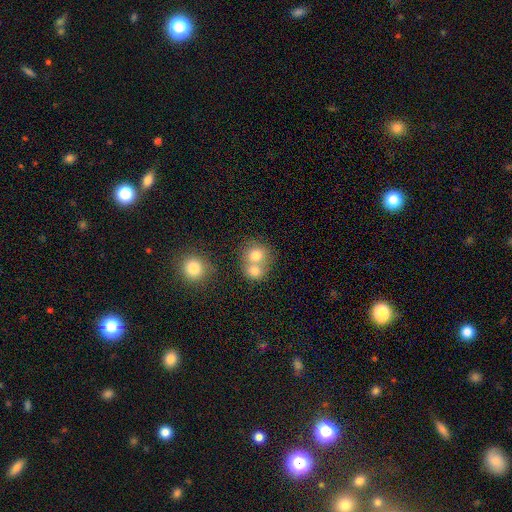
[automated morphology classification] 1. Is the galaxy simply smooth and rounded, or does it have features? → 77% smooth, 13% featured or disk, 10% star or artifact.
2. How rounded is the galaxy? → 77% round, 22% in between, 1% cigar-shaped.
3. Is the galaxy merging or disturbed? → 55% merger, 35% none, 6% minor disturbance, 3% major disturbance.